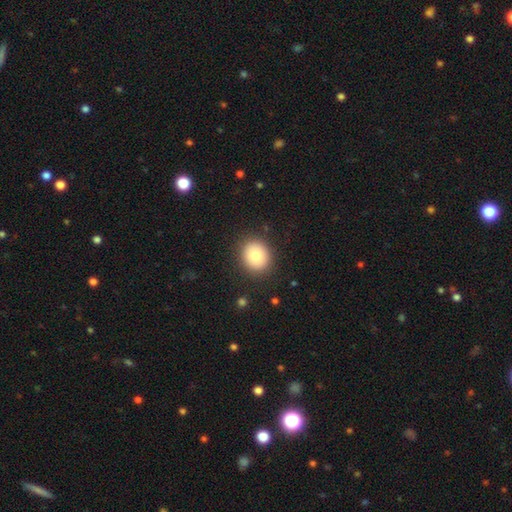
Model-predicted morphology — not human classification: The model was most divided on "how rounded": round: 74%, in between: 25%, cigar-shaped: 1%. More confident: merging — none (89%); smooth or featured — smooth (81%).